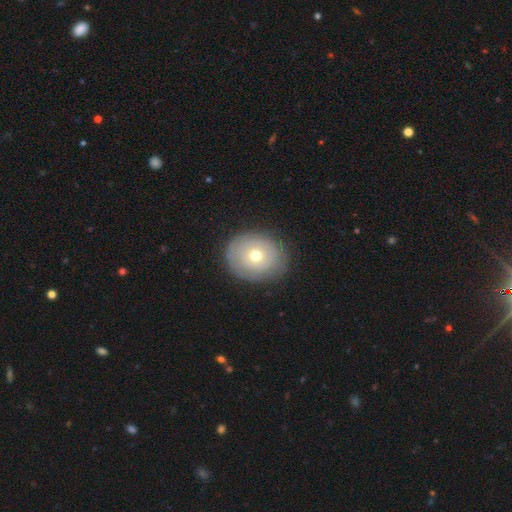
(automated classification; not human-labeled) A smooth galaxy with no disk features (56%) that is round (64%).

Vote fractions:
- Smooth or featured? smooth: 56% / featured or disk: 35% / star or artifact: 8%
- How rounded? round: 64% / in between: 35% / cigar-shaped: 1%
- Merging? none: 82% / minor disturbance: 13% / major disturbance: 4% / merger: 1%